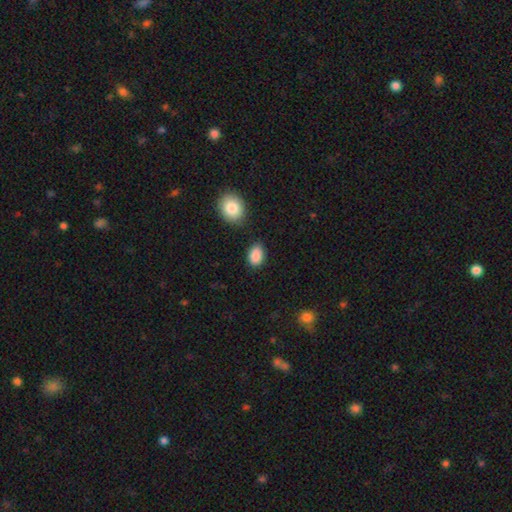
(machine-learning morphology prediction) This is clearly a smooth galaxy (89%). How rounded: clearly in between (83%). Merging: likely none (78%).